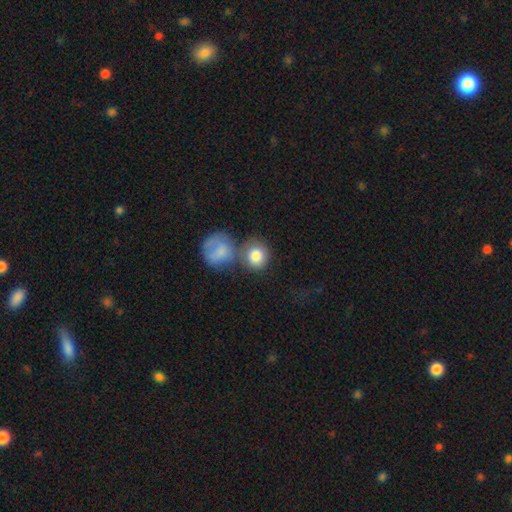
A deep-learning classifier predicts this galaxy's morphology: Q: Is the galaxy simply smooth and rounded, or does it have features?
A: smooth — 83%.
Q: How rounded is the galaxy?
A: round — 84%.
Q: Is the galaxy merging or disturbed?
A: none — 49%.